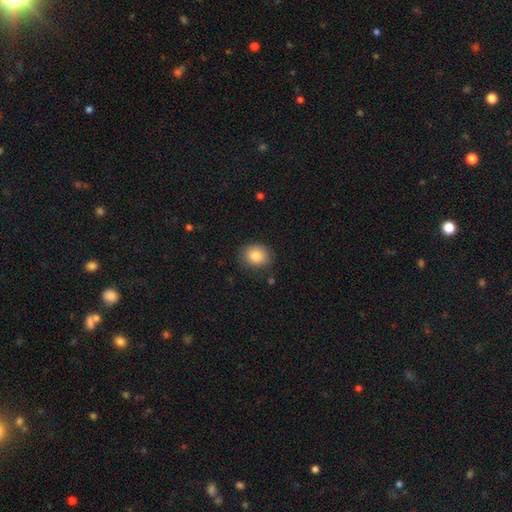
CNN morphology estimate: Smooth or featured? Predicted: smooth (p=0.85). How rounded? Predicted: round (p=0.59). Merging? Predicted: none (p=0.81).